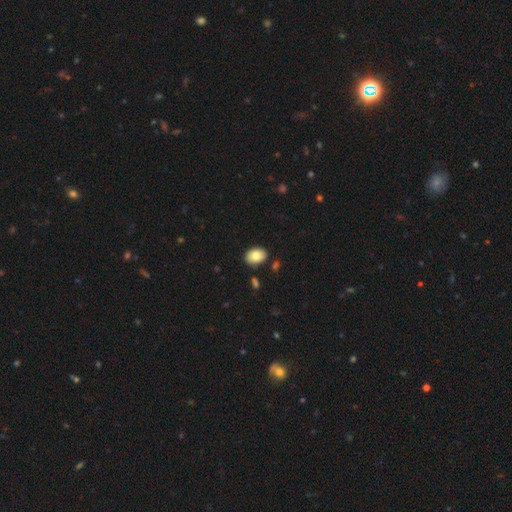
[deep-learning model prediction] Smooth or featured? Predicted: smooth (p=0.81). How rounded? Predicted: in between (p=0.76). Merging? Predicted: none (p=0.86).